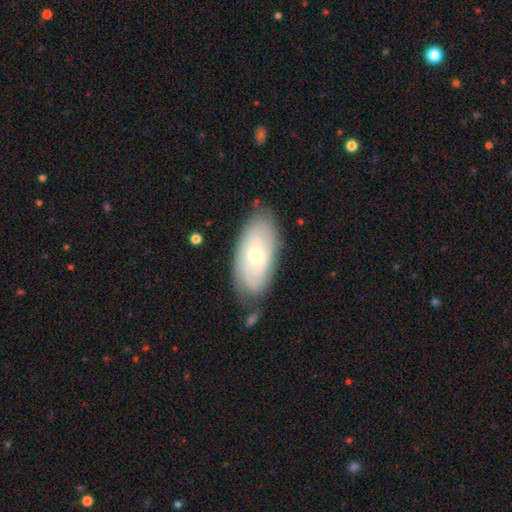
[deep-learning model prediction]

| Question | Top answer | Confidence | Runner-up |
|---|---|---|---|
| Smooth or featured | featured or disk | 62% | smooth (32%) |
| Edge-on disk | no | 90% | yes (10%) |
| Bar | no | 80% | weak (17%) |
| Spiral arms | yes | 75% | no (25%) |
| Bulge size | small | 51% | moderate (46%) |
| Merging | none | 75% | minor disturbance (18%) |